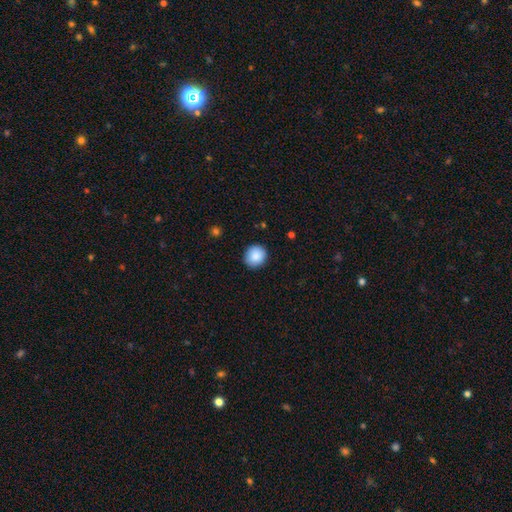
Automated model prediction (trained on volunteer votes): Morphology: type=smooth (88%); roundness=round (87%); merging=none (90%).